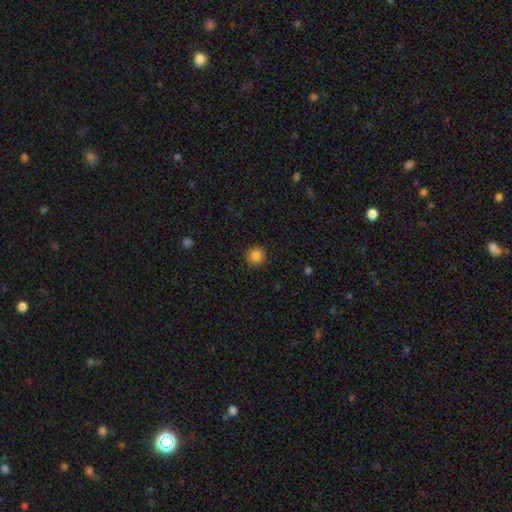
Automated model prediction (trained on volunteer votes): smooth_or_featured: smooth (p=0.86) [alt: star or artifact p=0.10]
how_rounded: round (p=0.94) [alt: in between p=0.05]
merging: none (p=0.90) [alt: minor disturbance p=0.07]